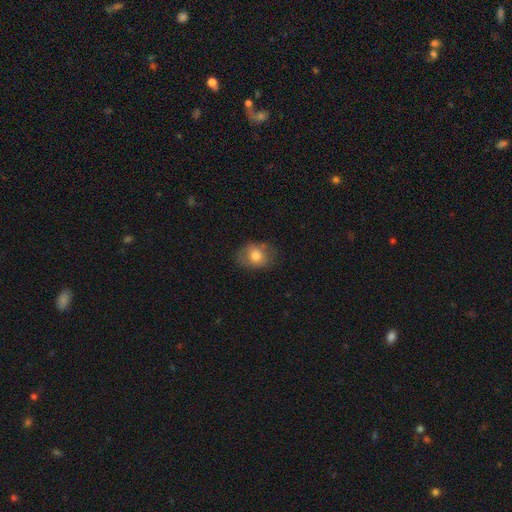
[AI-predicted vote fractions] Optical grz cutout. It shows a smooth galaxy with no disk features (73%) that is in between round and cigar-shaped (60%). Merging: none (69%).